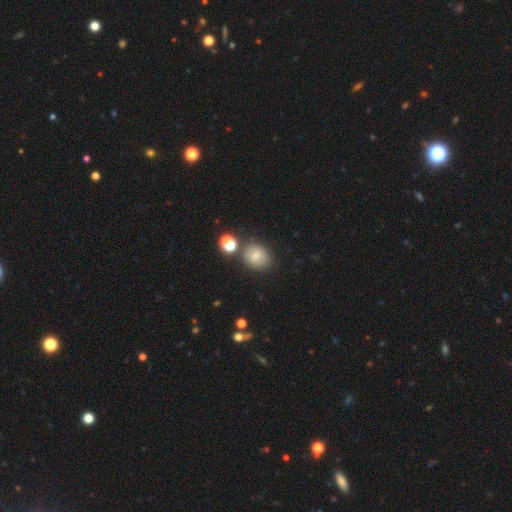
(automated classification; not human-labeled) This is likely a smooth galaxy (74%). How rounded: likely round (66%). Merging: likely none (72%).